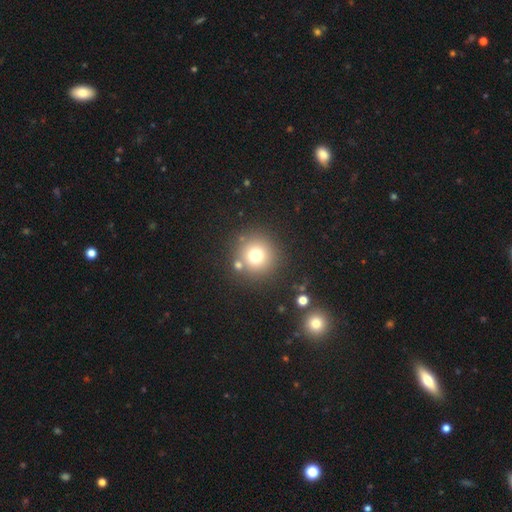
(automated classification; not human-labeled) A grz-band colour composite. It shows a smooth galaxy with no disk features (73%) that is round (94%). Merging: none (82%).